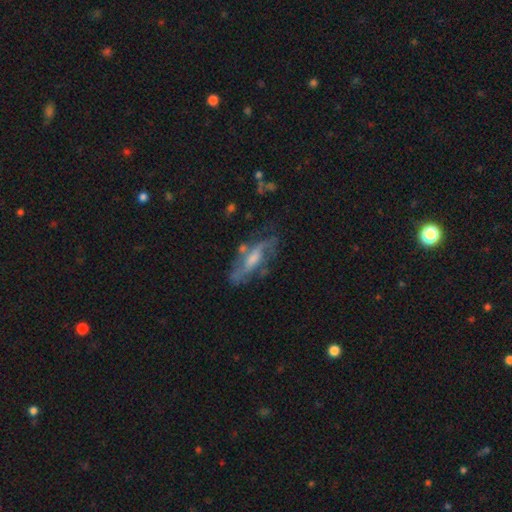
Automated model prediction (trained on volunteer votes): Smooth or featured? Predicted: featured or disk (p=0.72). Edge-on disk? Predicted: no (p=0.75). Bar? Predicted: weak (p=0.40). Spiral arms? Predicted: yes (p=0.81). Bulge size? Predicted: moderate (p=0.44). Merging? Predicted: none (p=0.62).